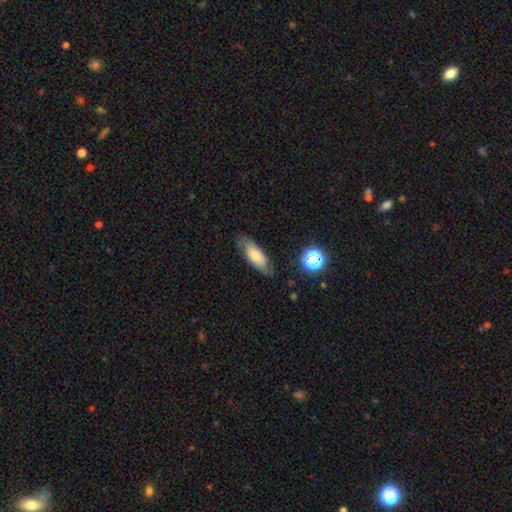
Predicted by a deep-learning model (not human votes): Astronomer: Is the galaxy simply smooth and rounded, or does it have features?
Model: smooth — 68%.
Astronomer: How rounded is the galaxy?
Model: in between — 67%.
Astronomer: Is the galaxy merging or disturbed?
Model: none — 76%.